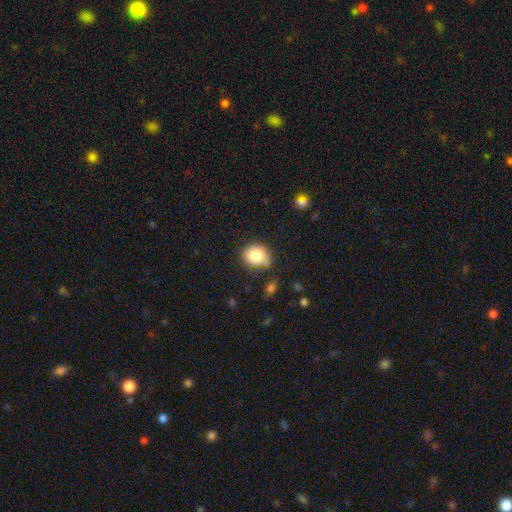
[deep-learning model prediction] Smooth or featured: smooth — 83% (star or artifact — 9%)
How rounded: round — 64% (in between — 35%)
Merging: none — 73% (minor disturbance — 20%)